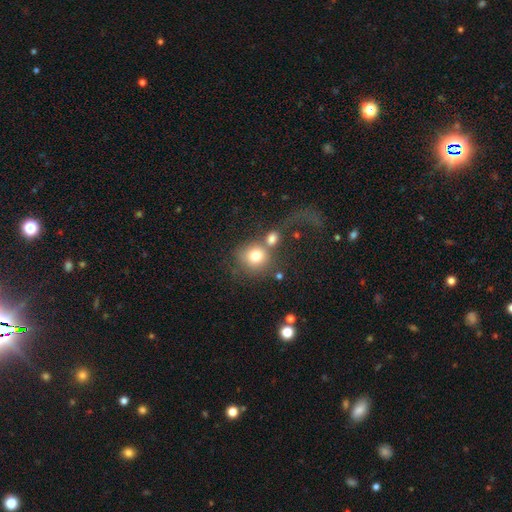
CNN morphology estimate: Smooth or featured? Predicted: smooth (p=0.75). How rounded? Predicted: round (p=0.84). Merging? Predicted: merger (p=0.41).